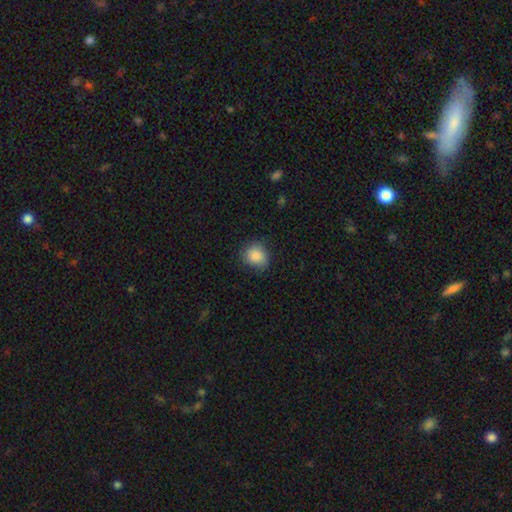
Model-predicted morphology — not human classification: Smooth or featured?
  - smooth: 87% *
  - star or artifact: 8%
  - featured or disk: 4%
How rounded?
  - round: 78% *
  - in between: 21%
  - cigar-shaped: 1%
Merging?
  - none: 77% *
  - minor disturbance: 18%
  - major disturbance: 4%
  - merger: 1%